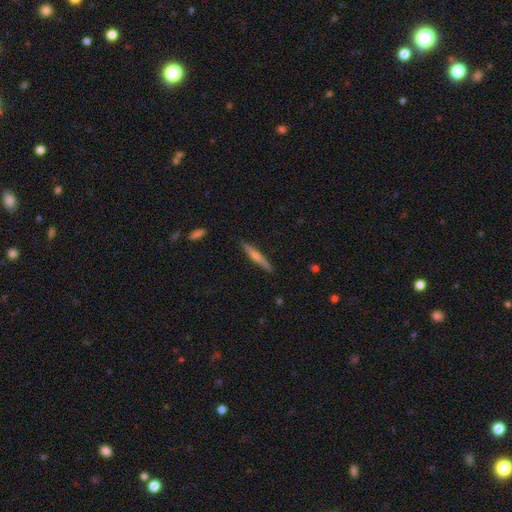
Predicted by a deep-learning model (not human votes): A featured or disk galaxy (55%) viewed edge-on (97%) with a rounded central bulge (74%). Merging: none (88%).